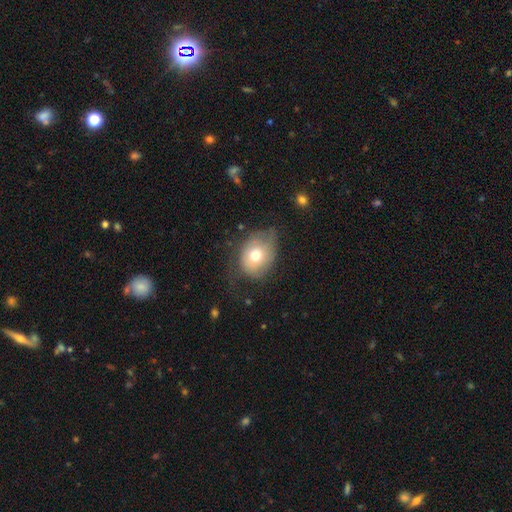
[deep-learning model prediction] This appears to be a smooth galaxy with no disk features (68%) that is in between round and cigar-shaped (50%). Merging: none (45%).